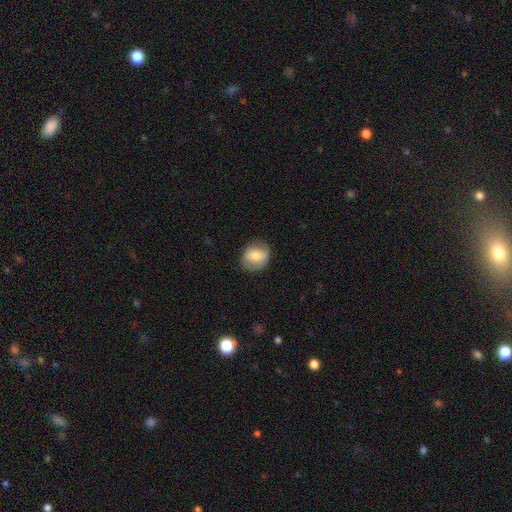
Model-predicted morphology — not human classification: Smooth or featured? Predicted: smooth (p=0.71). How rounded? Predicted: round (p=0.53). Merging? Predicted: none (p=0.76).